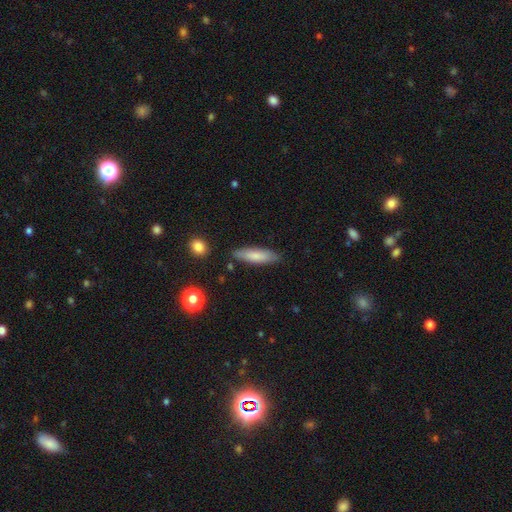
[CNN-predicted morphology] smooth_or_featured: smooth (p=0.78) [alt: featured or disk p=0.16]
how_rounded: cigar-shaped (p=0.62) [alt: in between p=0.36]
merging: none (p=0.83) [alt: minor disturbance p=0.12]